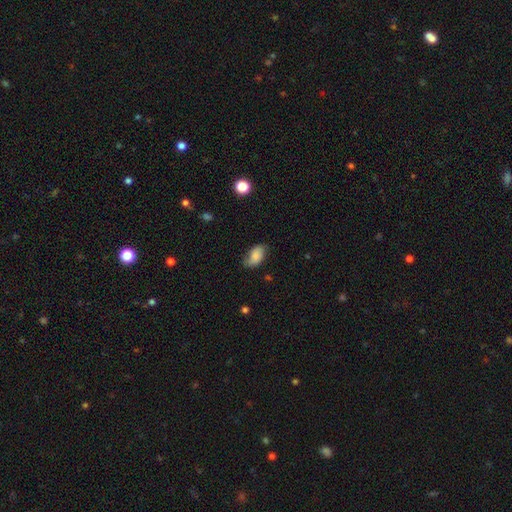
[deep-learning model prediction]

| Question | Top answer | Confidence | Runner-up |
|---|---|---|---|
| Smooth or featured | smooth | 75% | featured or disk (16%) |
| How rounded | in between | 92% | round (6%) |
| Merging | none | 64% | minor disturbance (28%) |